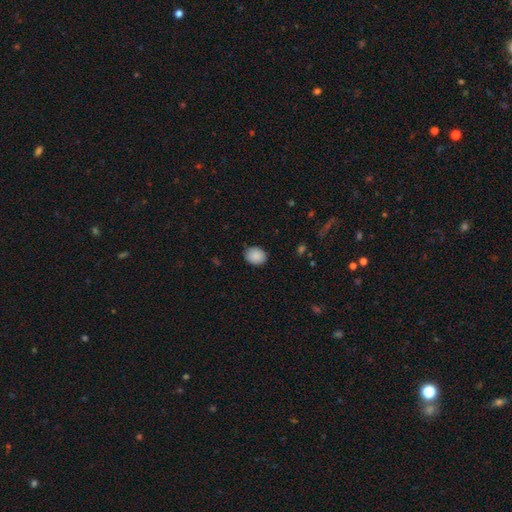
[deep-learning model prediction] Smooth or featured: smooth — 89% (star or artifact — 7%)
How rounded: round — 52% (in between — 47%)
Merging: none — 83% (minor disturbance — 14%)